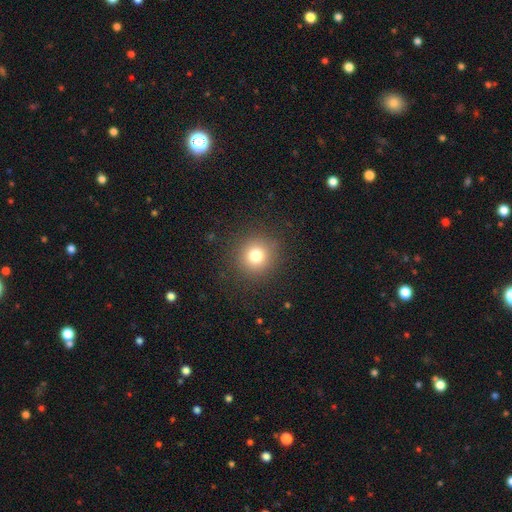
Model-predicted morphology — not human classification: type=smooth (77%); roundness=round (93%); merging=none (89%).